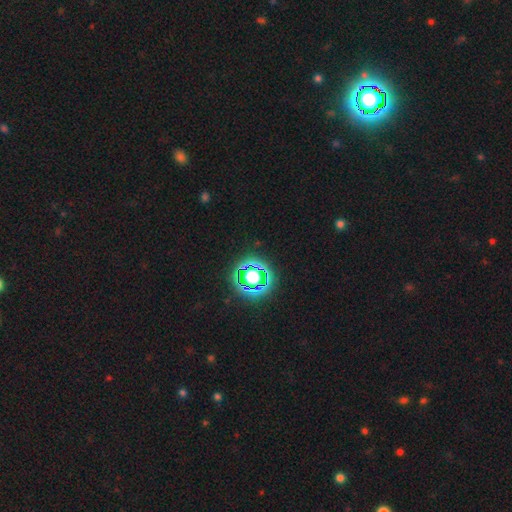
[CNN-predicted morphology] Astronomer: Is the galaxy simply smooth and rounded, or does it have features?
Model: star or artifact — 81%.